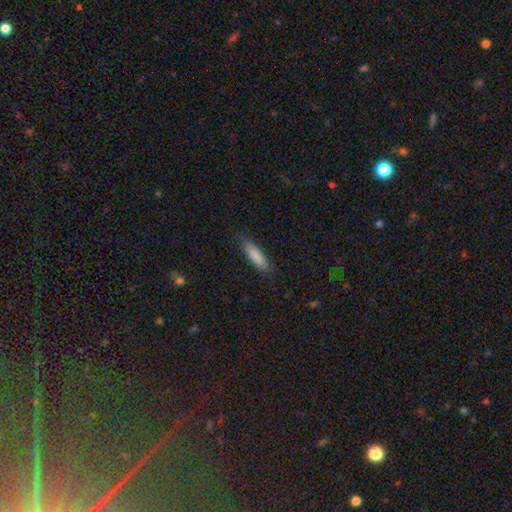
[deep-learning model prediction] Smooth or featured?
  - smooth: 86% *
  - featured or disk: 8%
  - star or artifact: 6%
How rounded?
  - cigar-shaped: 67% *
  - in between: 32%
  - round: 1%
Merging?
  - none: 85% *
  - minor disturbance: 12%
  - major disturbance: 2%
  - merger: 1%